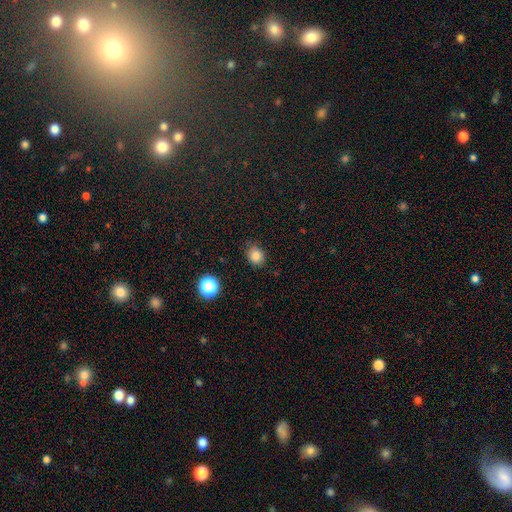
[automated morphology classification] The model was most divided on "how rounded": round: 59%, in between: 40%, cigar-shaped: 1%. More confident: smooth or featured — smooth (82%); merging — none (81%).